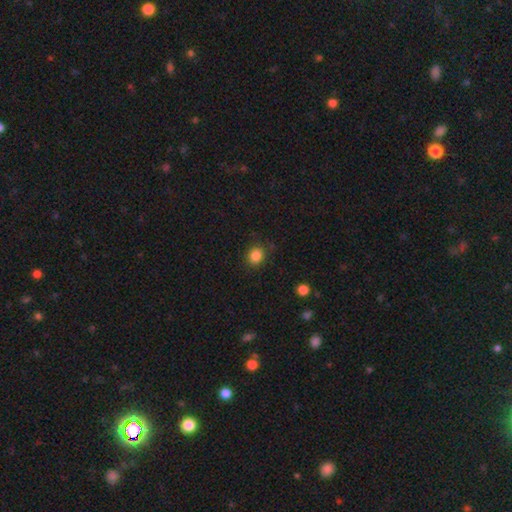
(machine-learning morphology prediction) type=smooth (85%); roundness=round (71%); merging=none (86%).